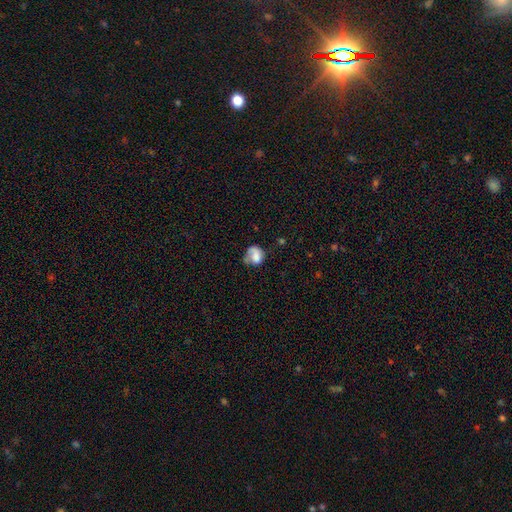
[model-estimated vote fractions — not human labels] A smooth galaxy with no disk features (61%) that is round (54%).

Vote fractions:
- Smooth or featured? smooth: 61% / featured or disk: 31% / star or artifact: 9%
- How rounded? round: 54% / in between: 45% / cigar-shaped: 1%
- Merging? none: 34% / major disturbance: 32% / minor disturbance: 27% / merger: 7%